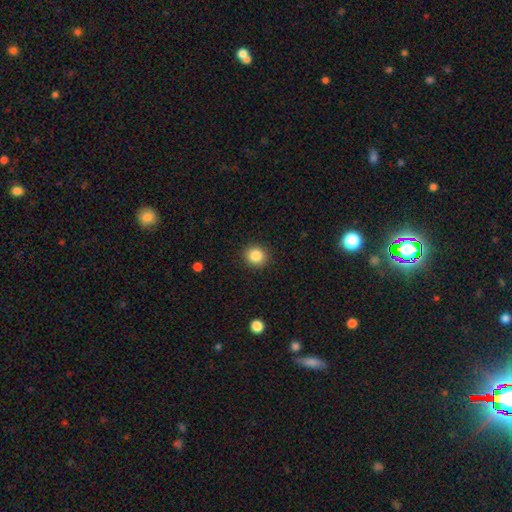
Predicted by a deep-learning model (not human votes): Morphology: type=smooth (85%); roundness=round (87%); merging=none (91%).